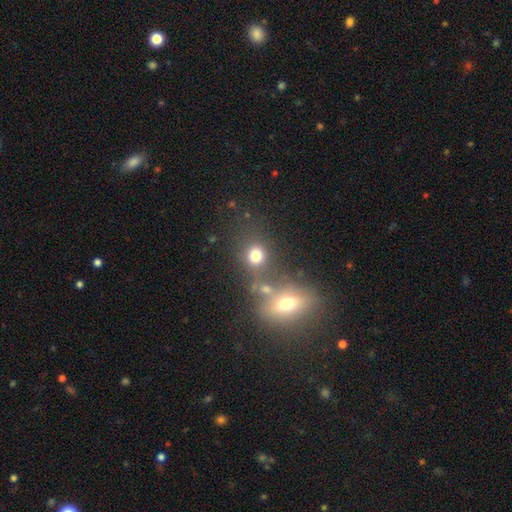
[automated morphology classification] A smooth galaxy with no disk features (75%) that is round (75%).

Vote fractions:
- Smooth or featured? smooth: 75% / star or artifact: 16% / featured or disk: 9%
- How rounded? round: 75% / in between: 23% / cigar-shaped: 1%
- Merging? none: 55% / merger: 30% / minor disturbance: 9% / major disturbance: 5%